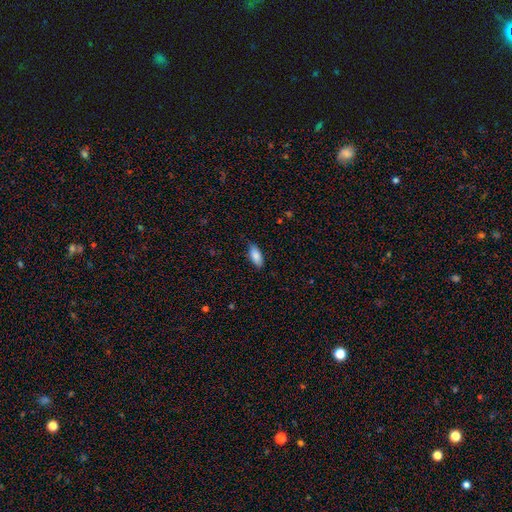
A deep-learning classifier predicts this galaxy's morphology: A smooth galaxy with no disk features (87%) that is in between round and cigar-shaped (89%).

Vote fractions:
- Smooth or featured? smooth: 87% / featured or disk: 7% / star or artifact: 6%
- How rounded? in between: 89% / cigar-shaped: 9% / round: 2%
- Merging? none: 80% / minor disturbance: 16% / major disturbance: 3% / merger: 1%